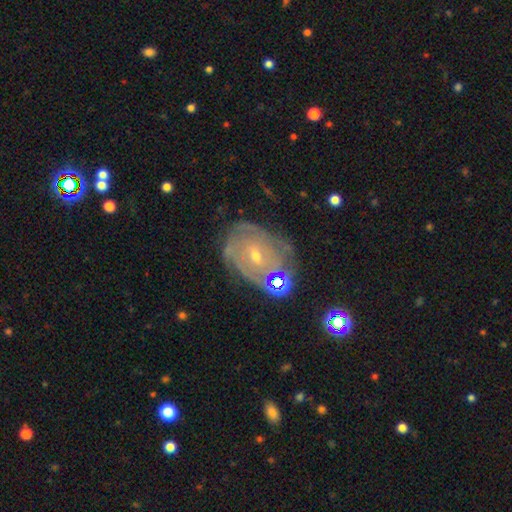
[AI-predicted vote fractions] This is likely a featured or disk galaxy (76%). It is clearly not viewed edge-on (96%). Bar: possibly no (55%). Spiral arm pattern: clearly yes (83%). Spiral arm count: possibly can't tell (52%). Spiral winding: likely tight (70%). Central bulge: likely small (68%). Merging: possibly none (59%).